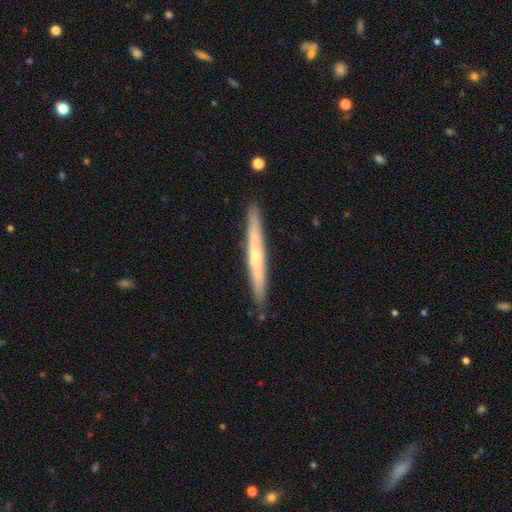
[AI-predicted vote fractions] smooth_or_featured: featured or disk (p=0.60) [alt: smooth p=0.34]
disk_edge_on: yes (p=0.96) [alt: no p=0.04]
edge_on_bulge: rounded (p=0.53) [alt: none p=0.44]
merging: none (p=0.91) [alt: minor disturbance p=0.07]